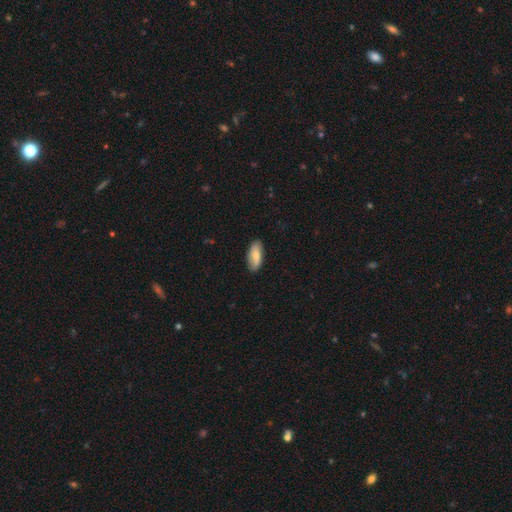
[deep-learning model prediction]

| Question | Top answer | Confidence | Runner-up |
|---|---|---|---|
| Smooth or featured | smooth | 73% | featured or disk (21%) |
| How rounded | in between | 80% | cigar-shaped (17%) |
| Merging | none | 87% | minor disturbance (10%) |